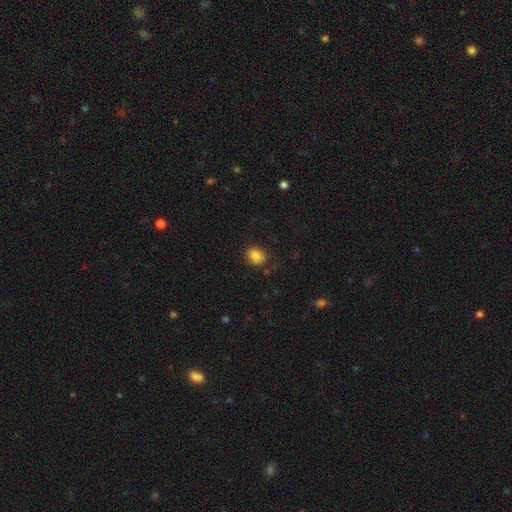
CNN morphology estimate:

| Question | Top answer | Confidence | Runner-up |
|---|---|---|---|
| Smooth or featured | smooth | 84% | star or artifact (10%) |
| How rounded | round | 56% | in between (43%) |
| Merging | none | 79% | minor disturbance (15%) |